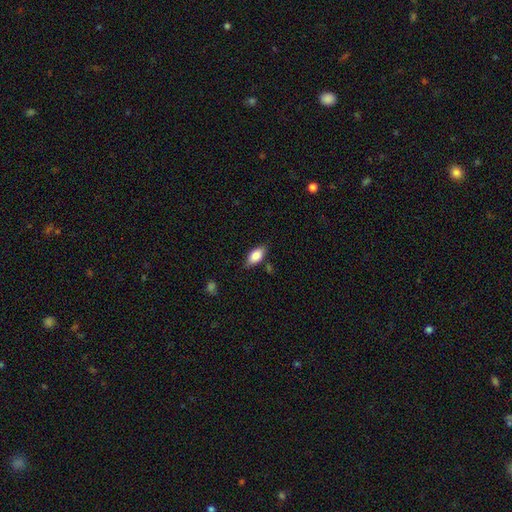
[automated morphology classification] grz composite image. It shows a smooth galaxy with no disk features (81%) that is in between round and cigar-shaped (88%). Merging: none (77%).